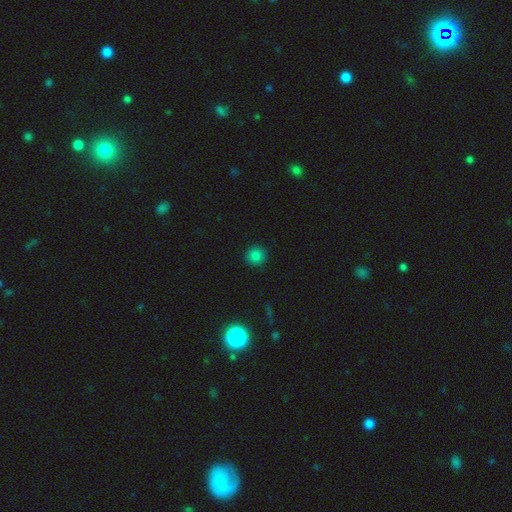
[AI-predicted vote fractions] Smooth or featured: smooth — 83% (star or artifact — 13%)
How rounded: round — 94% (in between — 5%)
Merging: none — 91% (minor disturbance — 6%)